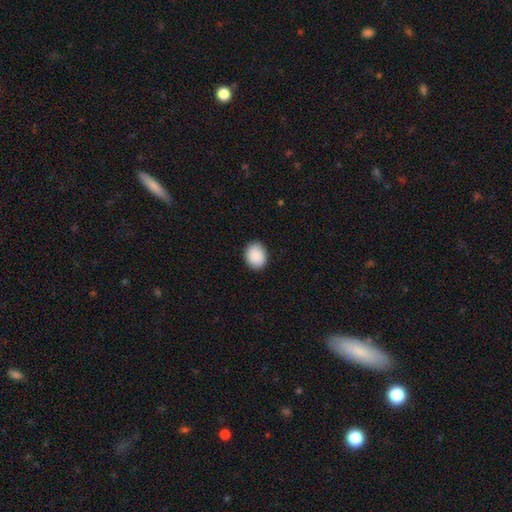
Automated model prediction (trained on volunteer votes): This is clearly a smooth galaxy (90%). How rounded: possibly in between (50%). Merging: clearly none (89%).